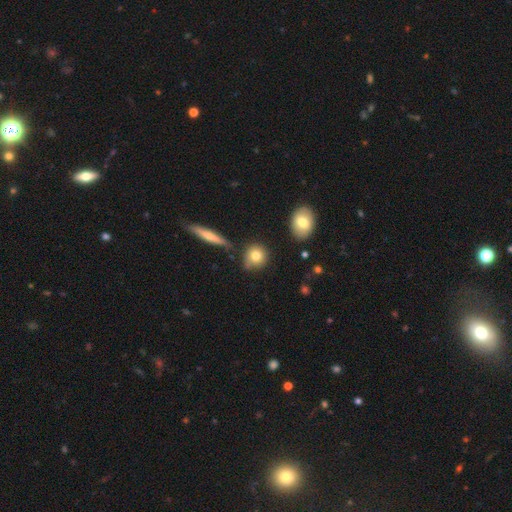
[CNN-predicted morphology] smooth 79%, featured or disk 12%, star or artifact 9%. Down the decision tree: how rounded — round (83%); merging — none (72%).